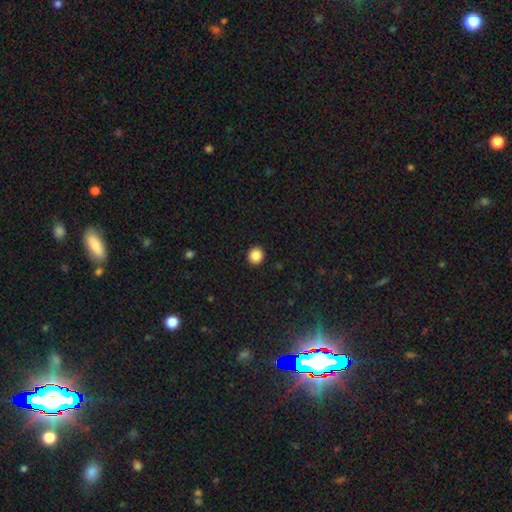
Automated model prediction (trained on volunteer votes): Smooth or featured? smooth (87%)
How rounded? round (92%)
Merging? none (93%)